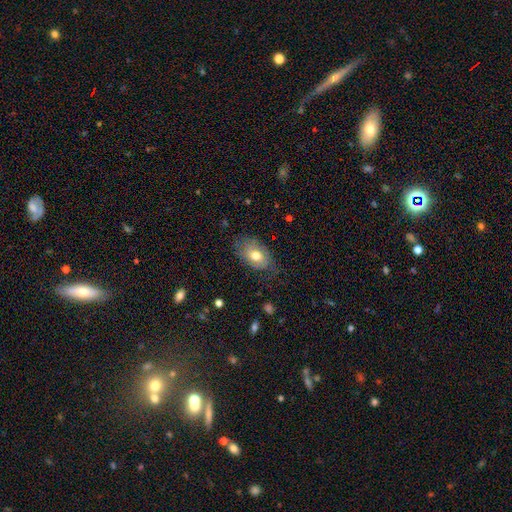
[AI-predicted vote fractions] Morphology: type=smooth (67%); roundness=in between (88%); merging=none (64%).